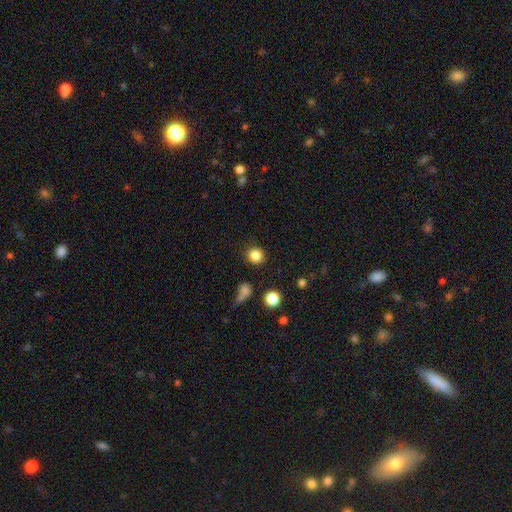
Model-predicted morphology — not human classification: Smooth or featured? smooth (85%)
How rounded? round (89%)
Merging? none (85%)